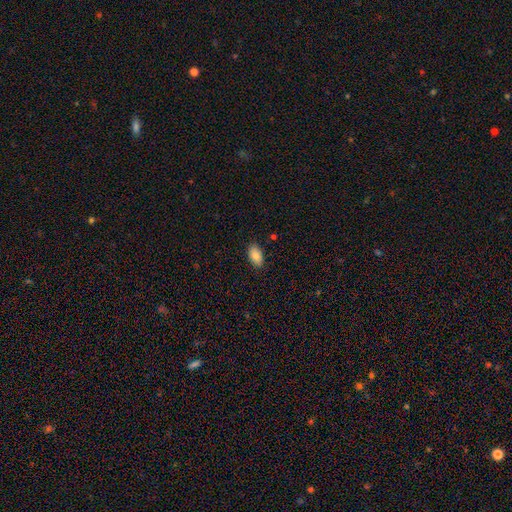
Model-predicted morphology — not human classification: Smooth or featured?
  - smooth: 85% *
  - featured or disk: 8%
  - star or artifact: 7%
How rounded?
  - in between: 93% *
  - round: 4%
  - cigar-shaped: 2%
Merging?
  - none: 86% *
  - minor disturbance: 11%
  - major disturbance: 2%
  - merger: 1%